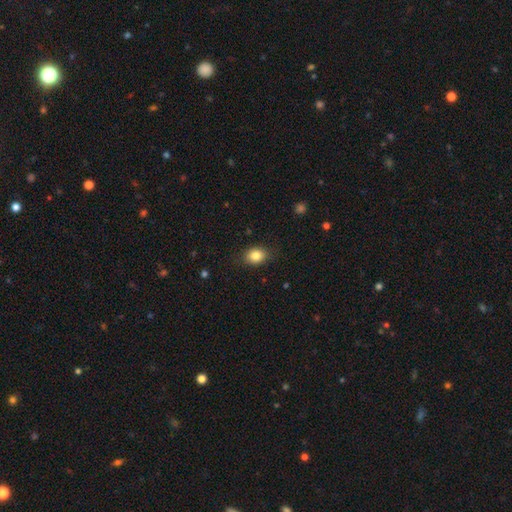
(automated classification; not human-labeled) smooth_or_featured: smooth (p=0.84) [alt: star or artifact p=0.09]
how_rounded: in between (p=0.59) [alt: round p=0.40]
merging: none (p=0.84) [alt: minor disturbance p=0.12]